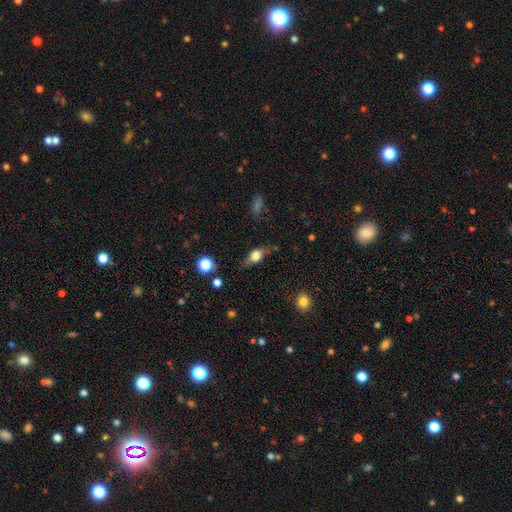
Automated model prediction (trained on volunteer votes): smooth_or_featured: smooth (p=0.57) [alt: featured or disk p=0.33]
how_rounded: in between (p=0.63) [alt: round p=0.22]
merging: none (p=0.69) [alt: minor disturbance p=0.22]